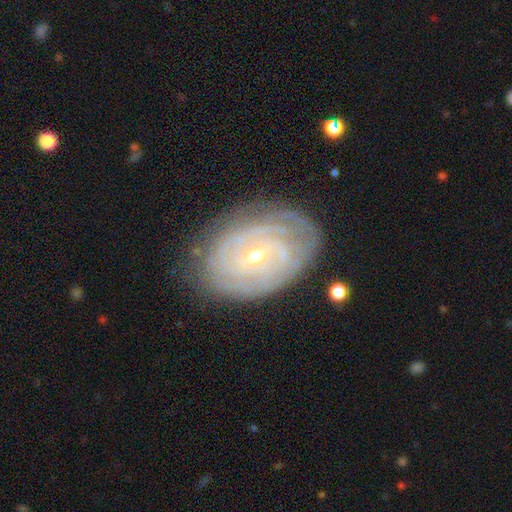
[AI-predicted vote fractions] A featured or disk galaxy (85%) with no bar (47%), tight (83%) spiral arms (94%) and a small central bulge (63%). Merging: none (78%).